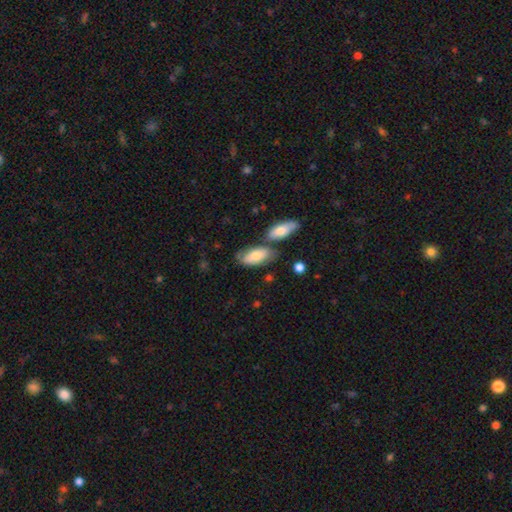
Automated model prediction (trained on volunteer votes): smooth_or_featured: smooth (p=0.68) [alt: featured or disk p=0.26]
how_rounded: in between (p=0.89) [alt: cigar-shaped p=0.08]
merging: none (p=0.47) [alt: merger p=0.24]